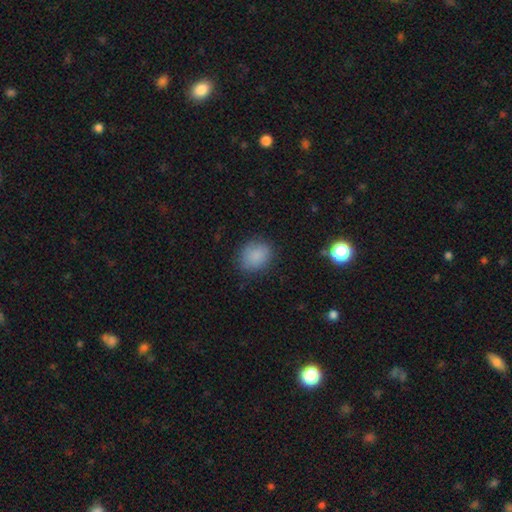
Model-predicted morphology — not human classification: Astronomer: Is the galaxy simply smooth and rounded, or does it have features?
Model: smooth — 85%.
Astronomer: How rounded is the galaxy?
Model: round — 60% (runner-up: in between, 39%).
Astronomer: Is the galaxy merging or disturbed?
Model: none — 81%.